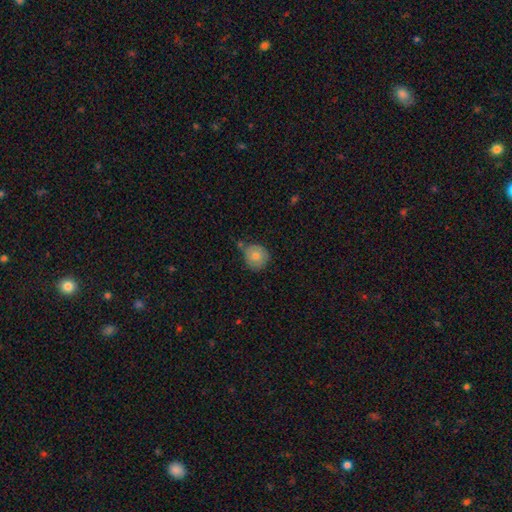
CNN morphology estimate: The model was most divided on "merging": none: 66%, minor disturbance: 20%, merger: 9%, major disturbance: 4%. More confident: how rounded — round (89%); smooth or featured — smooth (76%).